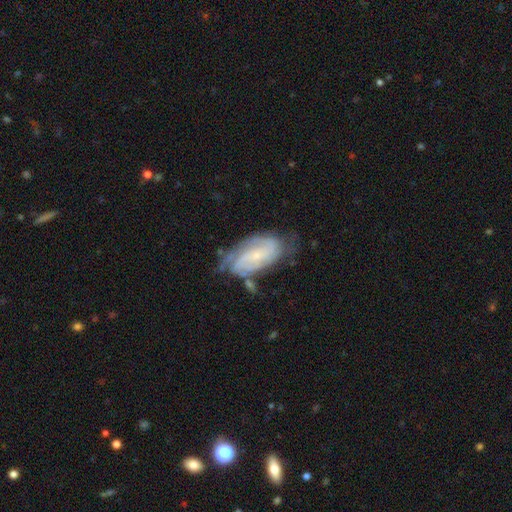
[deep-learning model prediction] A featured or disk galaxy (76%) with no bar (52%), 2 (41%) tight (51%) spiral arms (92%) and a small central bulge (72%).

Vote fractions:
- Smooth or featured? featured or disk: 76% / smooth: 17% / star or artifact: 7%
- Edge-on disk? no: 95% / yes: 5%
- Bar? no: 52% / weak: 36% / strong: 12%
- Spiral arms? yes: 92% / no: 8%
- Spiral winding? tight: 51% / medium: 36% / loose: 13%
- Spiral arm count? 2: 41% / can't tell: 32% / 3: 15% / 4: 5% / 1: 4% / more than 4: 3%
- Bulge size? small: 72% / moderate: 18% / none: 7% / large: 2% / dominant: 1%
- Merging? none: 54% / minor disturbance: 26% / major disturbance: 14% / merger: 6%